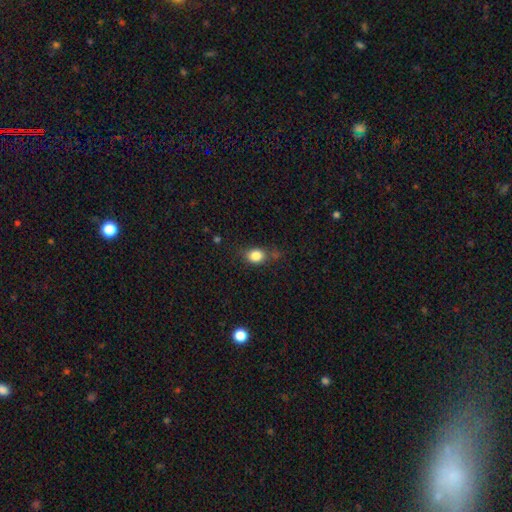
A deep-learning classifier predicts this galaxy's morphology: A smooth galaxy with no disk features (83%) that is round (51%).

Vote fractions:
- Smooth or featured? smooth: 83% / star or artifact: 10% / featured or disk: 7%
- How rounded? round: 51% / in between: 47% / cigar-shaped: 2%
- Merging? none: 63% / minor disturbance: 24% / major disturbance: 8% / merger: 5%